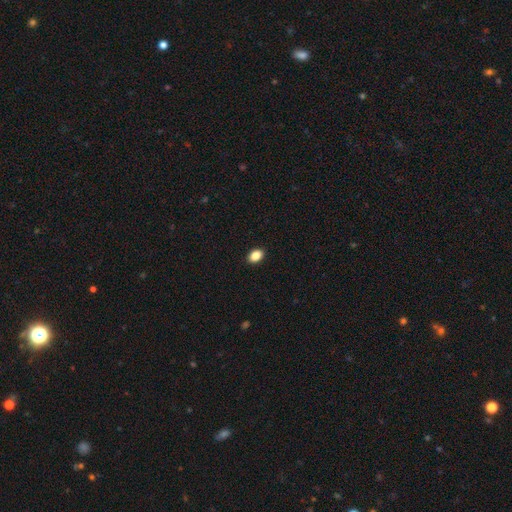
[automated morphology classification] A smooth galaxy with no disk features (88%) that is in between round and cigar-shaped (82%). Merging: none (91%).